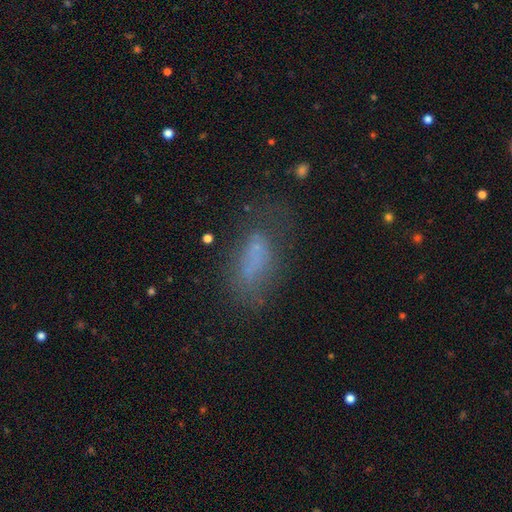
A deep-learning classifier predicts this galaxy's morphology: smooth_or_featured: smooth (p=0.57) [alt: featured or disk p=0.27]
how_rounded: in between (p=0.83) [alt: cigar-shaped p=0.12]
merging: none (p=0.43) [alt: major disturbance p=0.28]